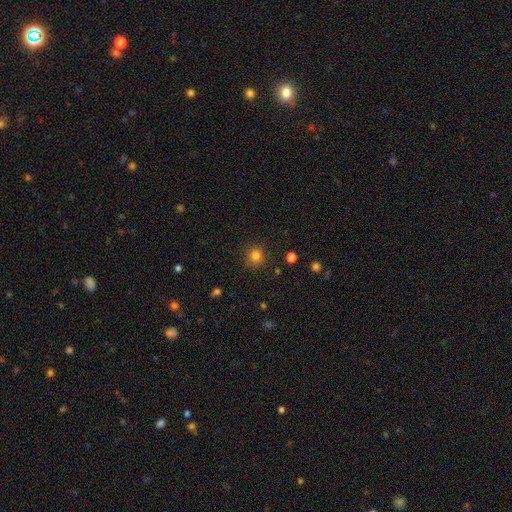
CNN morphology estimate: smooth_or_featured: smooth (p=0.81) [alt: star or artifact p=0.14]
how_rounded: round (p=0.91) [alt: in between p=0.08]
merging: none (p=0.88) [alt: minor disturbance p=0.08]